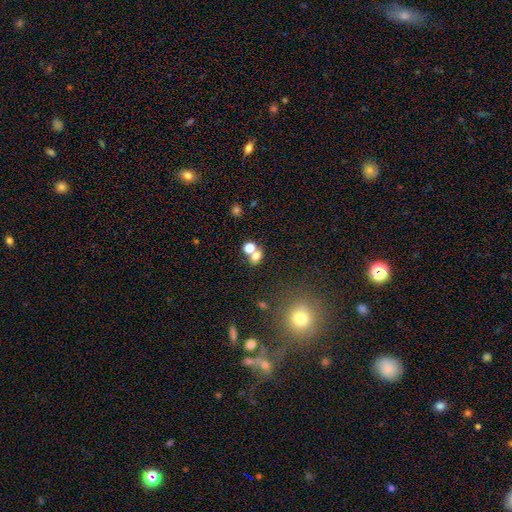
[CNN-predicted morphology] smooth_or_featured: smooth (p=0.69) [alt: star or artifact p=0.20]
how_rounded: round (p=0.53) [alt: in between p=0.45]
merging: none (p=0.50) [alt: merger p=0.37]